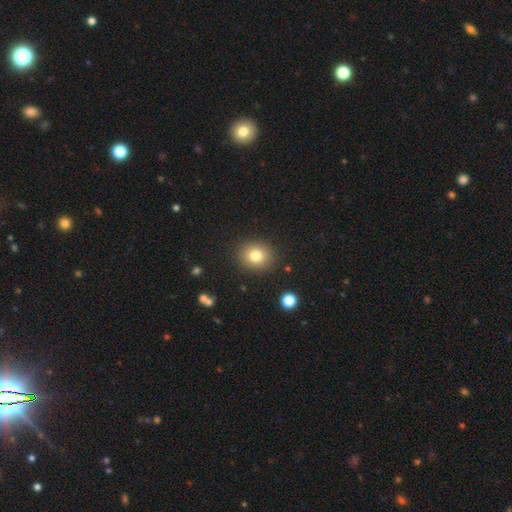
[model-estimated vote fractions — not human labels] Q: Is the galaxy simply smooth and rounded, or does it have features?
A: smooth — 80%.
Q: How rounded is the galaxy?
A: round — 76%.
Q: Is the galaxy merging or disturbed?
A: none — 88%.